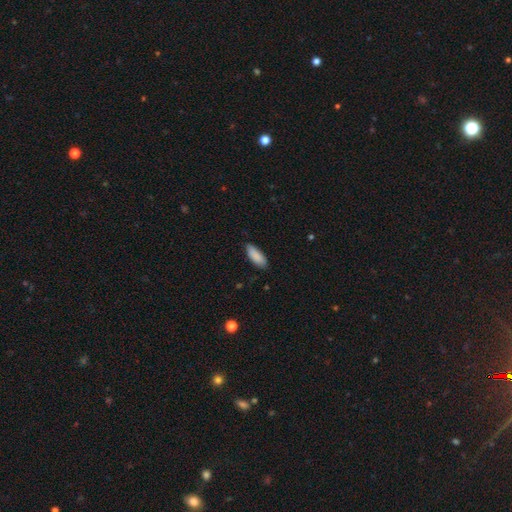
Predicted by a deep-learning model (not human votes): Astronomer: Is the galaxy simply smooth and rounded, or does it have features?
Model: smooth — 89%.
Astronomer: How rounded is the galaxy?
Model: in between — 73%.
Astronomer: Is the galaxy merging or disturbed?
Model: none — 83%.